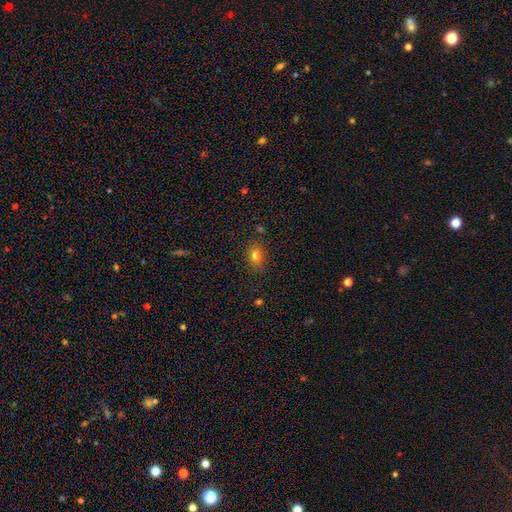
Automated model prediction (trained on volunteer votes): This appears to be a smooth galaxy with no disk features (78%) that is in between round and cigar-shaped (64%). Merging: none (82%).